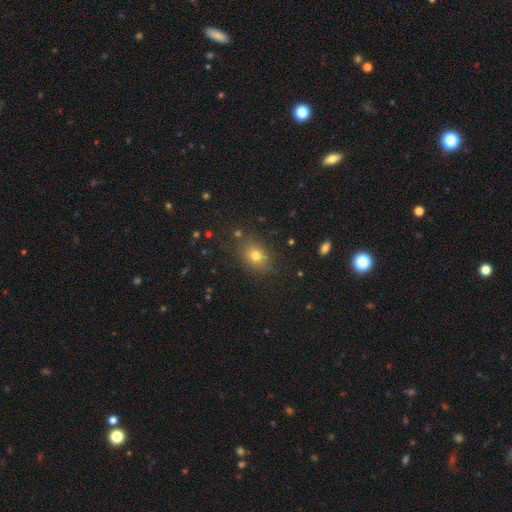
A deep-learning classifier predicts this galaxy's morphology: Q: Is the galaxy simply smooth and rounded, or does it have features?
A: smooth — 75%.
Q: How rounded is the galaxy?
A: in between — 68%.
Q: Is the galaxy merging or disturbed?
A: none — 82%.